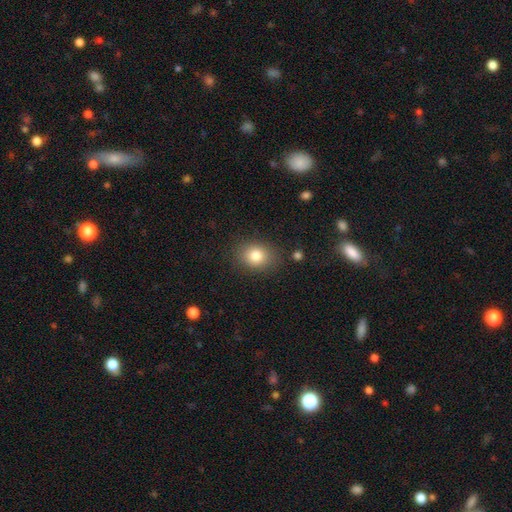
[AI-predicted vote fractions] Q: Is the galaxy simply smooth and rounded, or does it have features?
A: smooth — 82%.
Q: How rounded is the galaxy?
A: round — 50%.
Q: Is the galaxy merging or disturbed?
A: none — 83%.